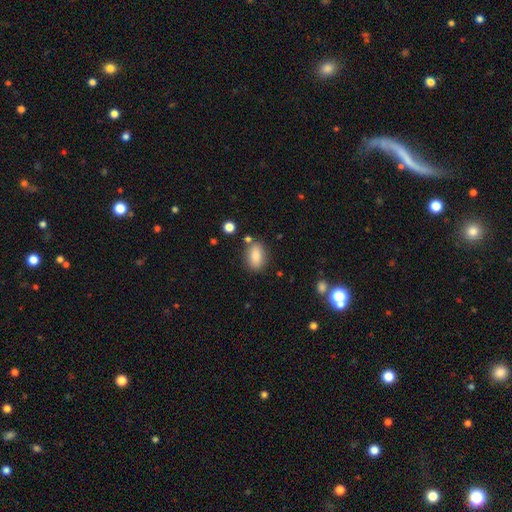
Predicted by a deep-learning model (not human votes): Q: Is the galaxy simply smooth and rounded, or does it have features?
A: smooth — 86%.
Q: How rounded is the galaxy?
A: in between — 86%.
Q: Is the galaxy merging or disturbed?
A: none — 78%.